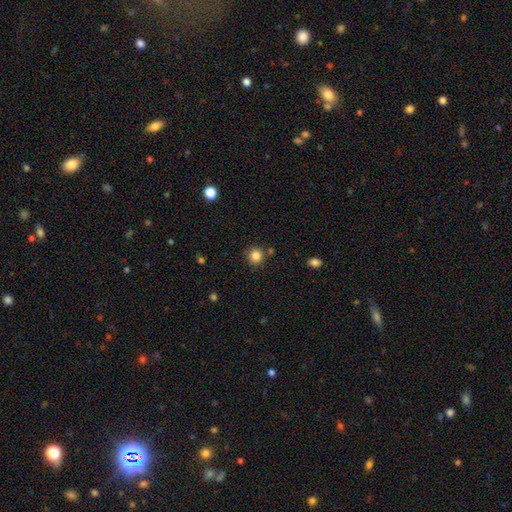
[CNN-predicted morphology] A smooth galaxy with no disk features (84%) that is round (92%). Merging: none (84%).